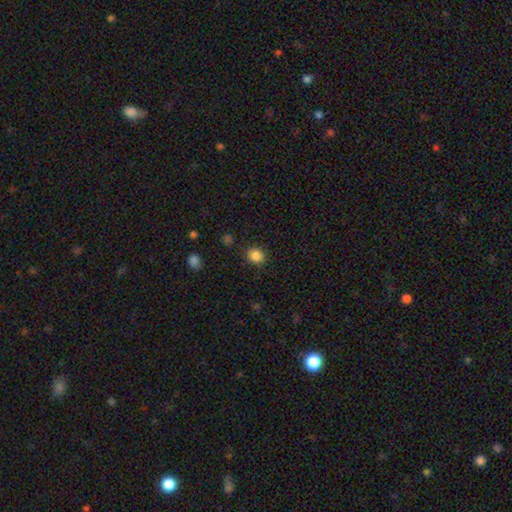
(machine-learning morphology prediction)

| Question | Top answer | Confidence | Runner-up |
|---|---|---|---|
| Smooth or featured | smooth | 86% | star or artifact (11%) |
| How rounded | round | 76% | in between (23%) |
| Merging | none | 87% | minor disturbance (9%) |